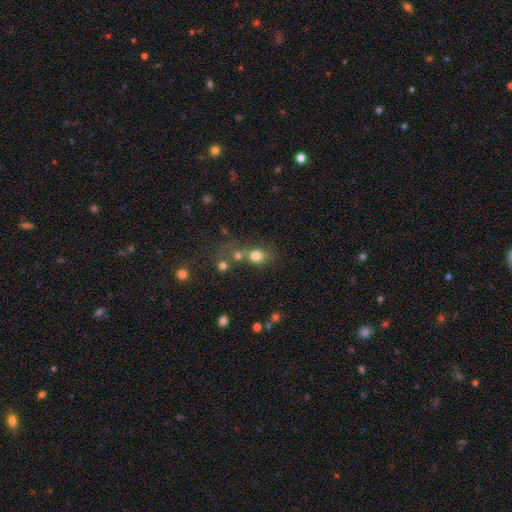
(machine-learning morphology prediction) Overall: smooth (75%). How rounded: round (68%; in between 30%). Merging: none (42%; merger 37%).